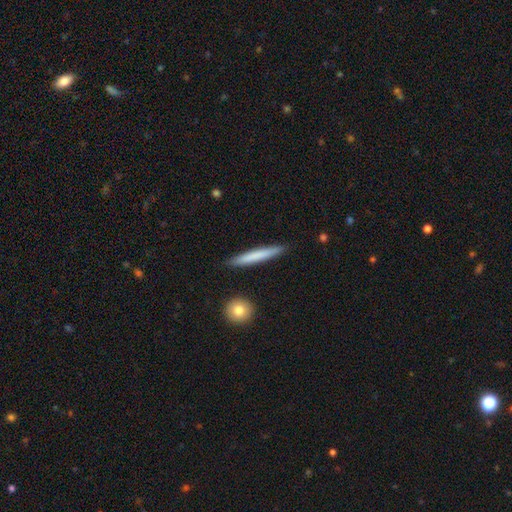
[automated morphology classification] type=smooth (68%); roundness=cigar-shaped (95%); merging=none (89%).